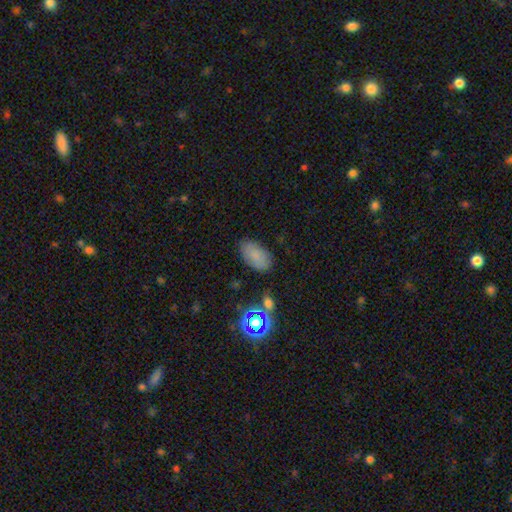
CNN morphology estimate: This appears to be a smooth galaxy with no disk features (77%) that is in between round and cigar-shaped (93%). Merging: none (81%).